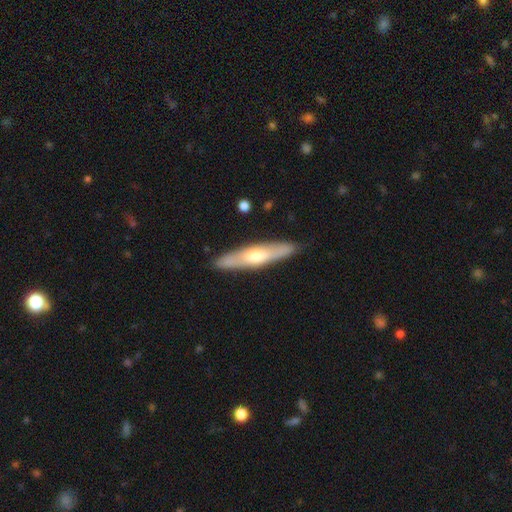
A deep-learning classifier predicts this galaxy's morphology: Smooth or featured? Predicted: featured or disk (p=0.51). Edge-on disk? Predicted: yes (p=0.80). Merging? Predicted: none (p=0.88).